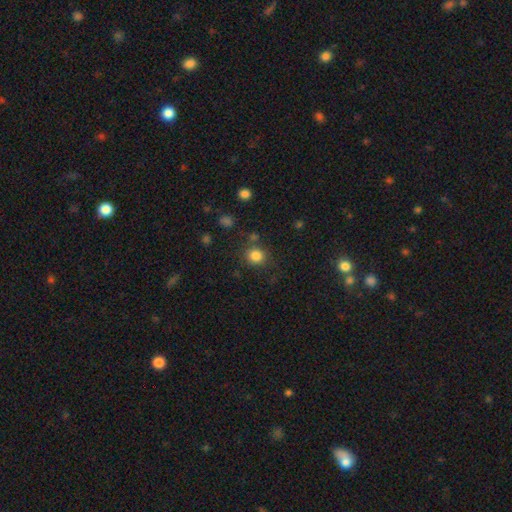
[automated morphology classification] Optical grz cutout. It shows a smooth galaxy with no disk features (83%) that is round (84%). Merging: none (80%).